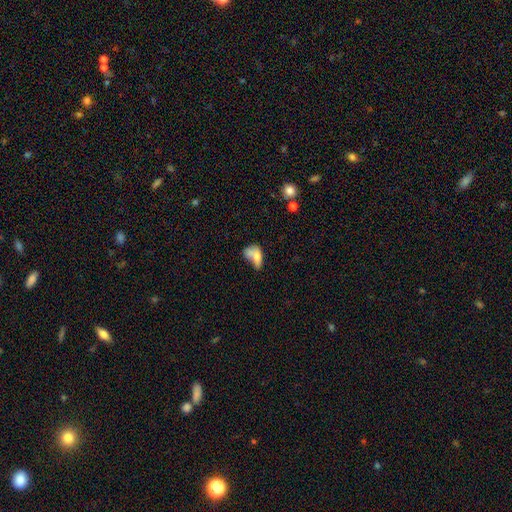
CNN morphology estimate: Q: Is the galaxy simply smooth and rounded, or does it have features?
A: smooth — 66%.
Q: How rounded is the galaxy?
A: in between — 79%.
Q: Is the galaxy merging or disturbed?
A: merger — 39%.